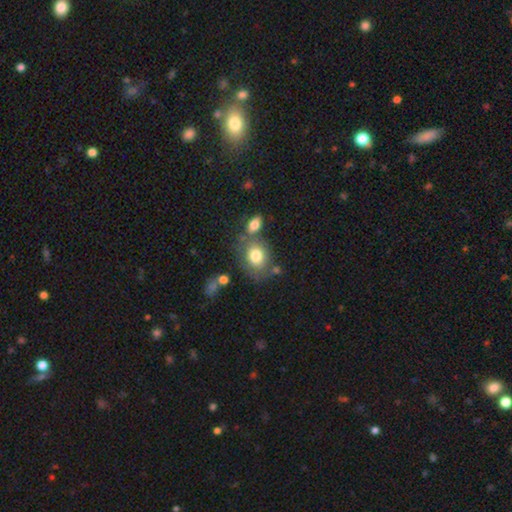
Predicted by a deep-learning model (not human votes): This appears to be a smooth galaxy with no disk features (78%) that is in between round and cigar-shaped (53%). Merging: none (59%).